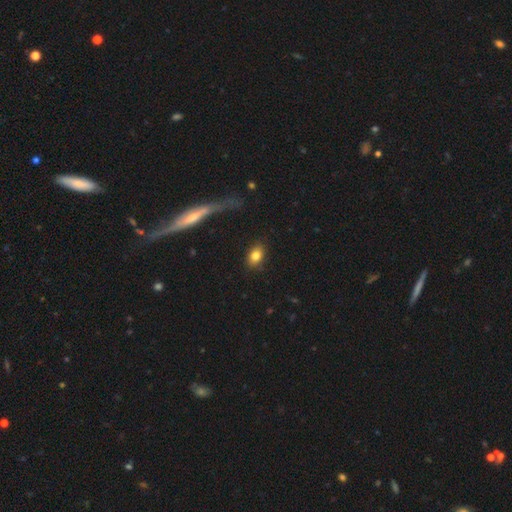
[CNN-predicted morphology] Smooth or featured?
  - smooth: 82% *
  - featured or disk: 10%
  - star or artifact: 9%
How rounded?
  - in between: 79% *
  - round: 19%
  - cigar-shaped: 2%
Merging?
  - none: 85% *
  - minor disturbance: 10%
  - major disturbance: 3%
  - merger: 2%